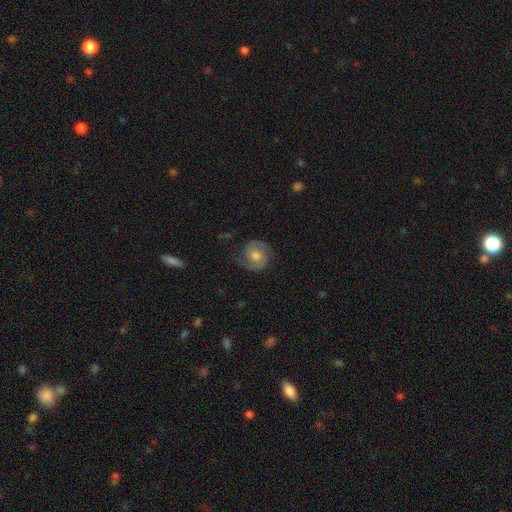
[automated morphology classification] featured or disk 84%, smooth 10%, star or artifact 6%. Down the decision tree: edge-on disk — no (98%); bar — no (68%); spiral arms — yes (97%); spiral arm count — 2 (91%); spiral winding — medium (45%); bulge size — moderate (72%); merging — none (80%).